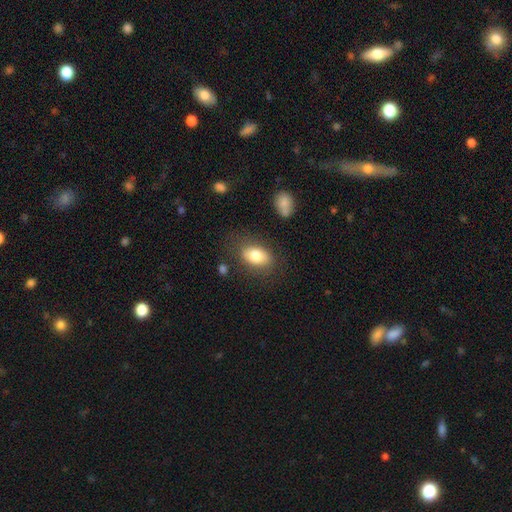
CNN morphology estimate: The model was most divided on "merging": none: 76%, minor disturbance: 15%, major disturbance: 6%, merger: 3%. More confident: how rounded — in between (86%); smooth or featured — smooth (78%).